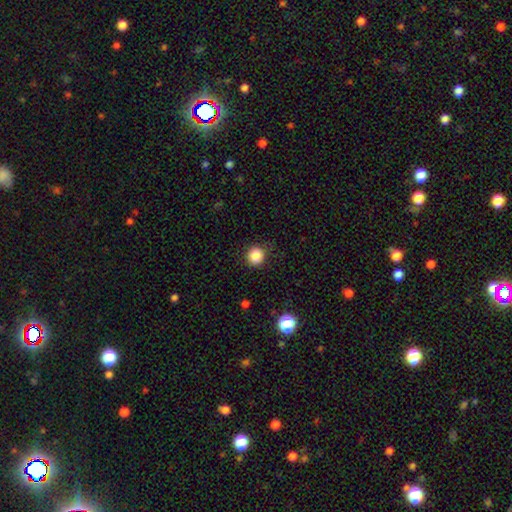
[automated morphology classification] Overall: smooth (86%). How rounded: round (92%). Merging: none (86%).